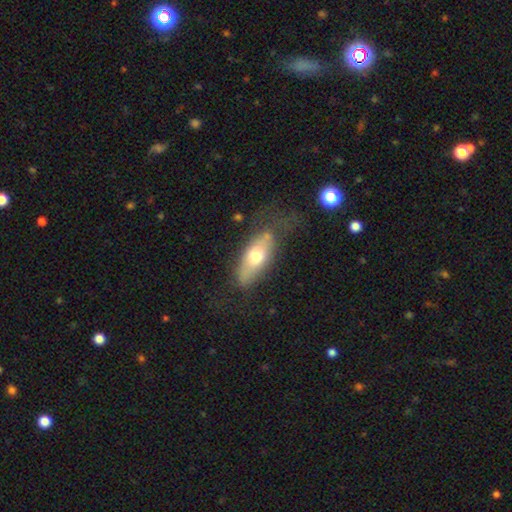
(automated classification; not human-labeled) Smooth or featured?
  - smooth: 59% *
  - featured or disk: 34%
  - star or artifact: 7%
How rounded?
  - in between: 75% *
  - cigar-shaped: 21%
  - round: 4%
Merging?
  - none: 58% *
  - minor disturbance: 23%
  - major disturbance: 15%
  - merger: 3%